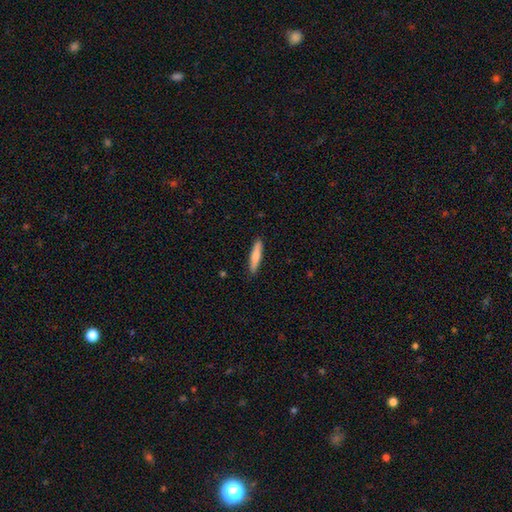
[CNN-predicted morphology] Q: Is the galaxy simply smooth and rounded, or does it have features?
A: smooth — 76%.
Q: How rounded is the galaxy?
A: cigar-shaped — 87%.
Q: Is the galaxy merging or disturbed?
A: none — 89%.